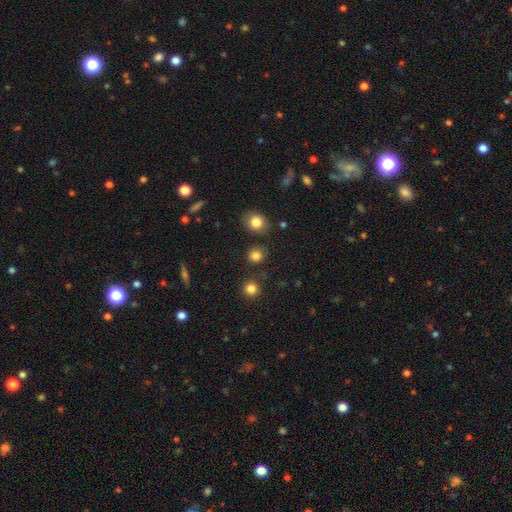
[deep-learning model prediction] smooth_or_featured: smooth (p=0.83) [alt: star or artifact p=0.13]
how_rounded: round (p=0.84) [alt: in between p=0.15]
merging: none (p=0.85) [alt: minor disturbance p=0.08]